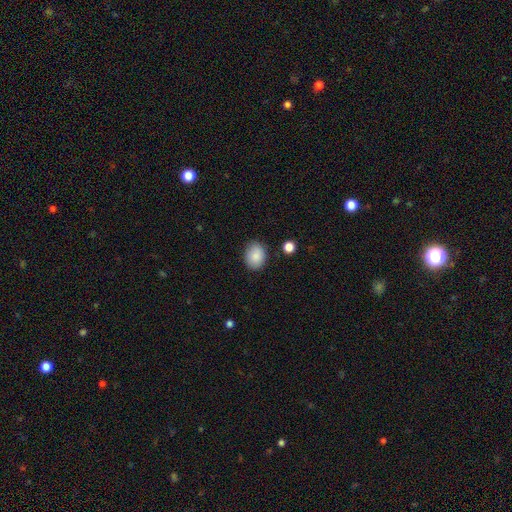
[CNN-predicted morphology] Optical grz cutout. It shows a smooth galaxy with no disk features (88%) that is in between round and cigar-shaped (58%). Merging: none (84%).